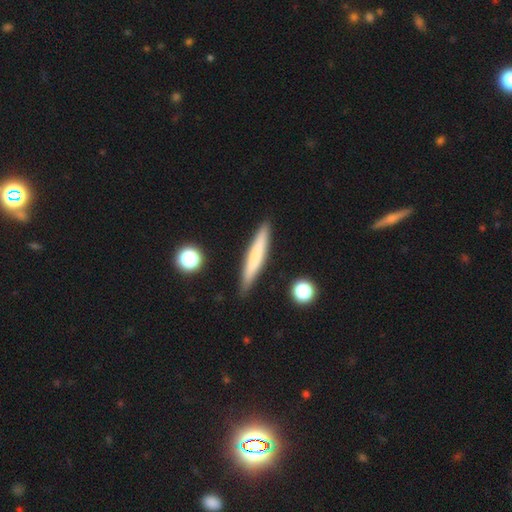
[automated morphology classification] Overall: smooth (66%; featured or disk 27%). How rounded: cigar-shaped (94%). Merging: none (89%).